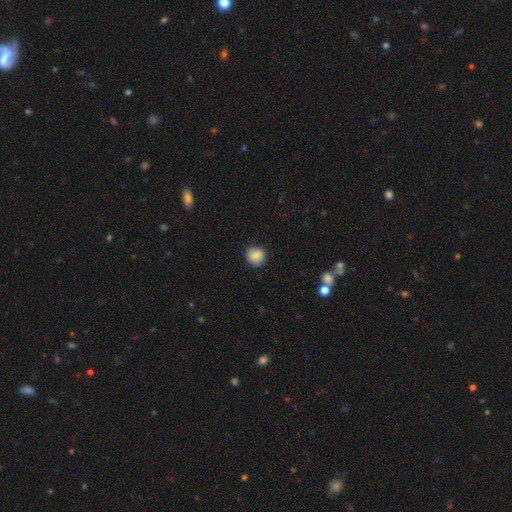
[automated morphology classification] smooth_or_featured: smooth (p=0.83) [alt: featured or disk p=0.09]
how_rounded: round (p=0.90) [alt: in between p=0.09]
merging: none (p=0.88) [alt: minor disturbance p=0.08]